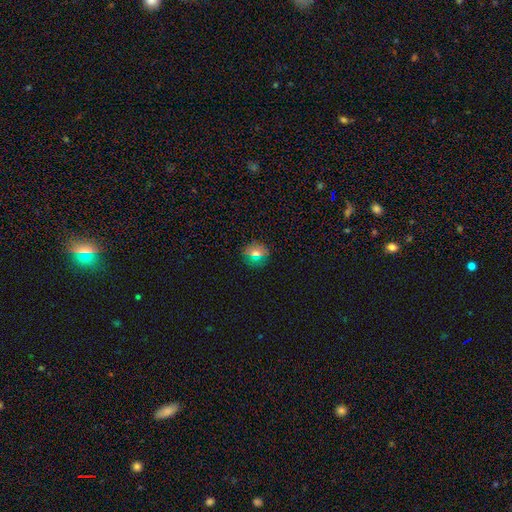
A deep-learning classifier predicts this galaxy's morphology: Q: Smooth or featured?
A: smooth (64%); runner-up: star or artifact (21%)
Q: How rounded?
A: round (85%); runner-up: in between (13%)
Q: Merging?
A: none (89%); runner-up: minor disturbance (8%)